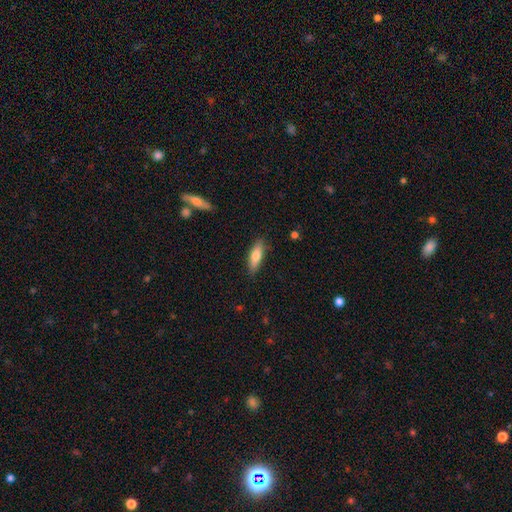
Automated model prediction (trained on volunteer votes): Smooth or featured?
  - smooth: 73% *
  - featured or disk: 21%
  - star or artifact: 6%
How rounded?
  - in between: 51% *
  - cigar-shaped: 47%
  - round: 2%
Merging?
  - none: 85% *
  - minor disturbance: 11%
  - major disturbance: 2%
  - merger: 1%